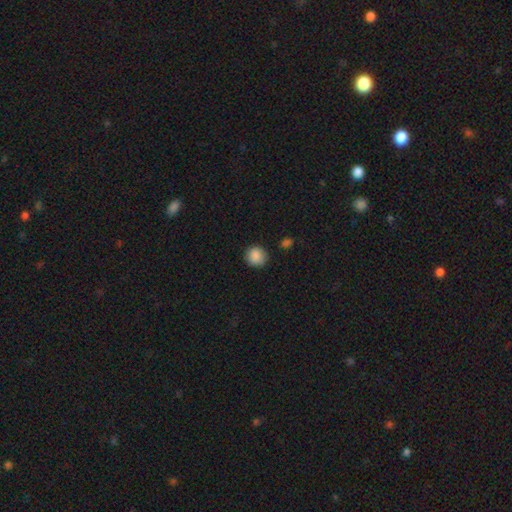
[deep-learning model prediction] This appears to be a smooth galaxy with no disk features (89%) that is round (89%). Merging: none (87%).